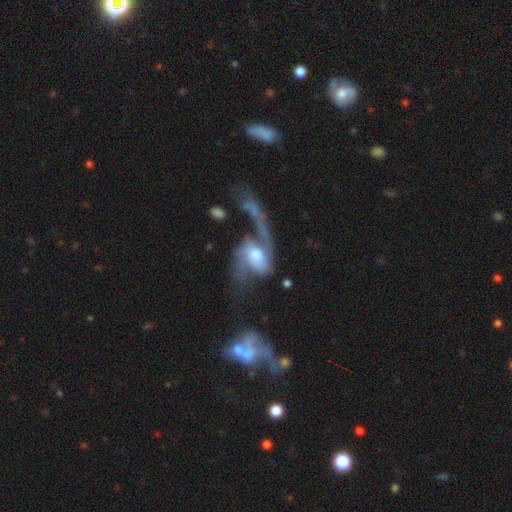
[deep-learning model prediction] smooth_or_featured: featured or disk (p=0.68) [alt: smooth p=0.24]
disk_edge_on: no (p=0.93) [alt: yes p=0.07]
bar: no (p=0.61) [alt: weak p=0.30]
has_spiral_arms: yes (p=0.81) [alt: no p=0.19]
spiral_winding: loose (p=0.76) [alt: medium p=0.19]
spiral_arm_count: 2 (p=0.67) [alt: 1 p=0.19]
bulge_size: moderate (p=0.42) [alt: large p=0.33]
merging: major disturbance (p=0.52) [alt: none p=0.21]